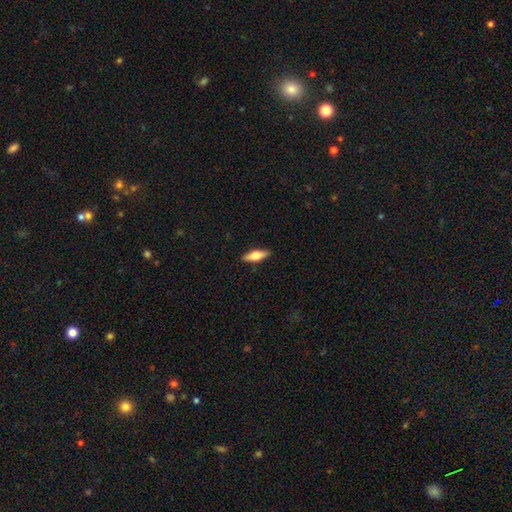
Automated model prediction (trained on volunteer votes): smooth_or_featured: smooth (p=0.57) [alt: featured or disk p=0.37]
how_rounded: in between (p=0.52) [alt: cigar-shaped p=0.46]
merging: none (p=0.90) [alt: minor disturbance p=0.07]